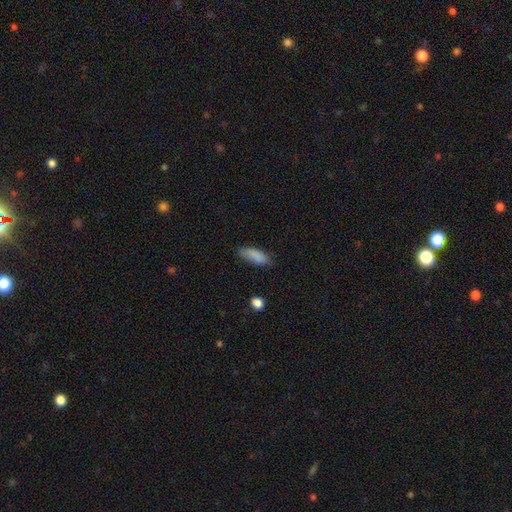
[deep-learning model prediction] Q: Smooth or featured?
A: smooth (86%); runner-up: star or artifact (8%)
Q: How rounded?
A: in between (70%); runner-up: cigar-shaped (27%)
Q: Merging?
A: none (69%); runner-up: minor disturbance (23%)